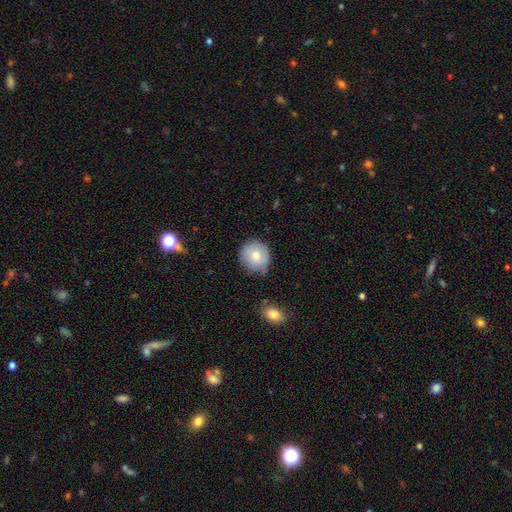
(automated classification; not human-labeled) A smooth galaxy with no disk features (76%) that is round (90%). Merging: none (69%).